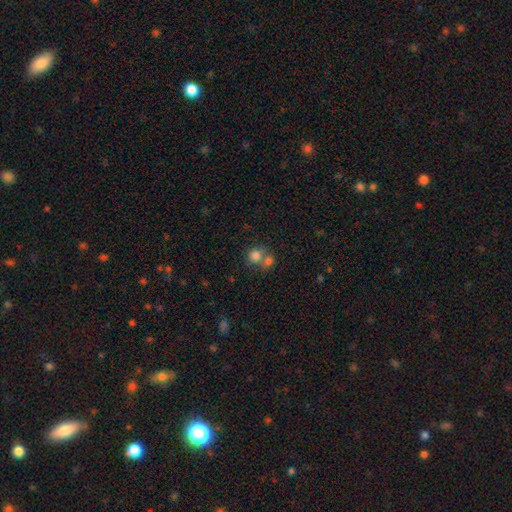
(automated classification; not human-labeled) Smooth or featured?
  - smooth: 78% *
  - star or artifact: 11%
  - featured or disk: 10%
How rounded?
  - round: 84% *
  - in between: 15%
  - cigar-shaped: 1%
Merging?
  - merger: 49% *
  - none: 41%
  - minor disturbance: 7%
  - major disturbance: 3%